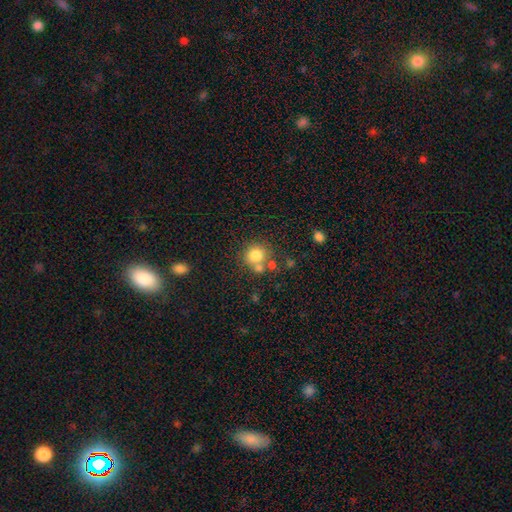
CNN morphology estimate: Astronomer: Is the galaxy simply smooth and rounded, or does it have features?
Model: smooth — 78%.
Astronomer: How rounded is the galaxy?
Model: round — 87%.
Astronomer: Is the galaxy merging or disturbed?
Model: none — 59%.